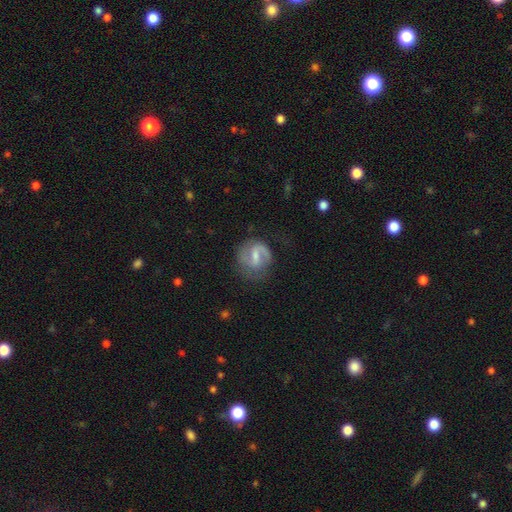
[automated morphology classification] A featured or disk galaxy (74%) with a weak bar (55%), 2 (74%) medium (48%) spiral arms (90%) and a small central bulge (46%).

Vote fractions:
- Smooth or featured? featured or disk: 74% / smooth: 20% / star or artifact: 6%
- Edge-on disk? no: 98% / yes: 2%
- Bar? weak: 55% / strong: 27% / no: 18%
- Spiral arms? yes: 90% / no: 10%
- Spiral winding? medium: 48% / loose: 31% / tight: 21%
- Spiral arm count? 2: 74% / 1: 15% / can't tell: 7% / 3: 2% / 4: 1% / more than 4: 1%
- Bulge size? small: 46% / moderate: 37% / none: 13% / large: 3% / dominant: 1%
- Merging? none: 65% / minor disturbance: 20% / major disturbance: 13% / merger: 2%